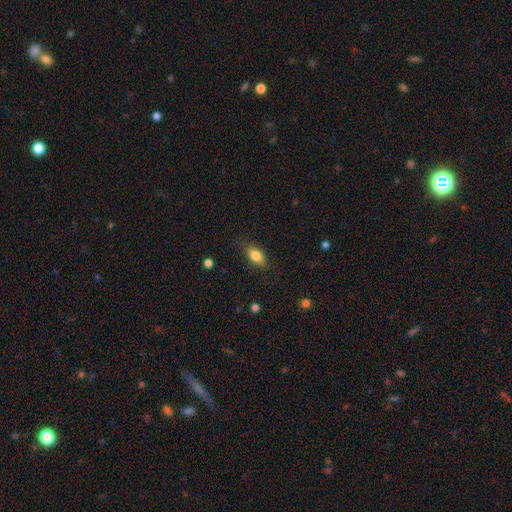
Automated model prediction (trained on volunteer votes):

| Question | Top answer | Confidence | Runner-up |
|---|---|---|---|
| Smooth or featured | smooth | 81% | featured or disk (12%) |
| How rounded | in between | 84% | cigar-shaped (8%) |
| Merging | none | 76% | minor disturbance (18%) |